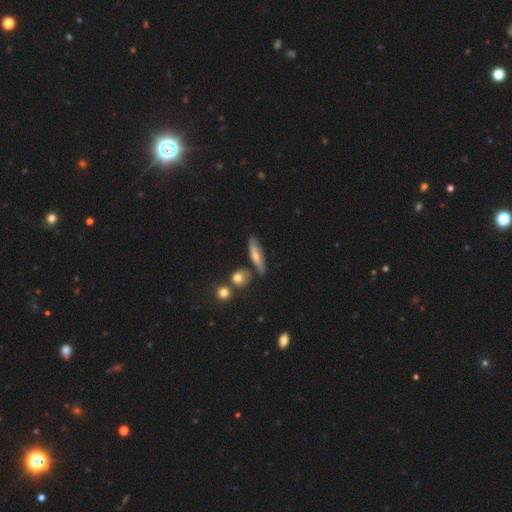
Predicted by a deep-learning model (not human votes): Smooth or featured? smooth (59%)
How rounded? cigar-shaped (66%)
Merging? none (68%)